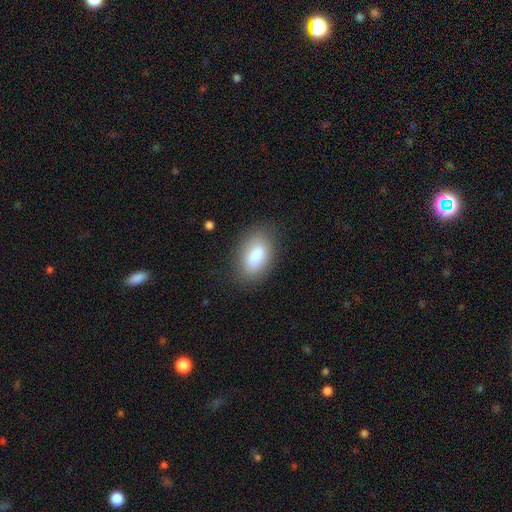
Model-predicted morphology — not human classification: smooth_or_featured: smooth (p=0.84) [alt: featured or disk p=0.09]
how_rounded: in between (p=0.91) [alt: round p=0.07]
merging: none (p=0.83) [alt: minor disturbance p=0.12]